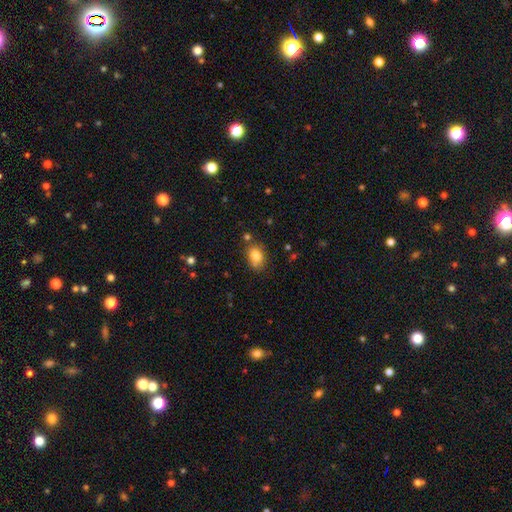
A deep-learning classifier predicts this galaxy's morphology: A smooth galaxy with no disk features (83%) that is in between round and cigar-shaped (73%). Merging: none (71%).